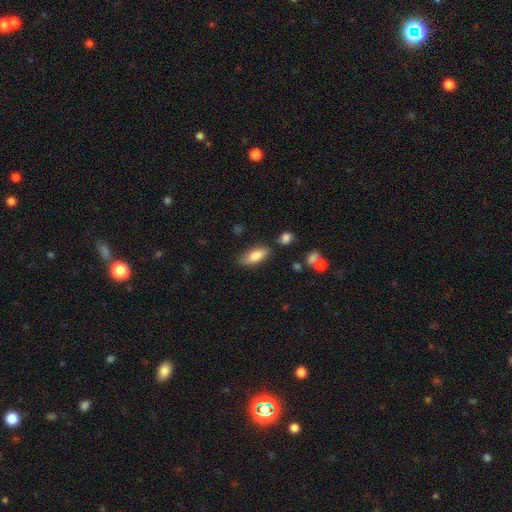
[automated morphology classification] A smooth galaxy with no disk features (80%) that is in between round and cigar-shaped (71%). Merging: none (75%).